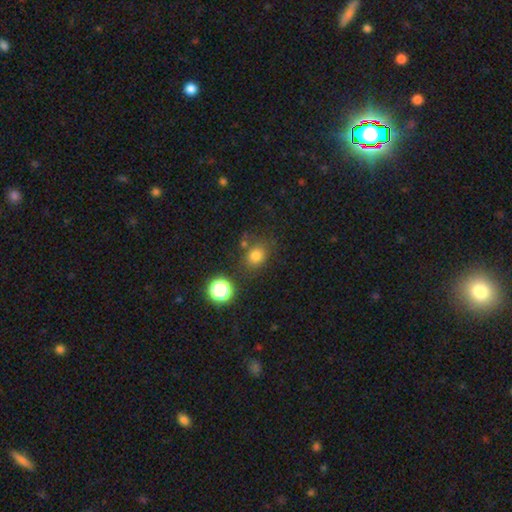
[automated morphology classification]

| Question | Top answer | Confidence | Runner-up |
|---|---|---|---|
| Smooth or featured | smooth | 77% | star or artifact (16%) |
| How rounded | round | 63% | in between (36%) |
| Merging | none | 73% | minor disturbance (14%) |